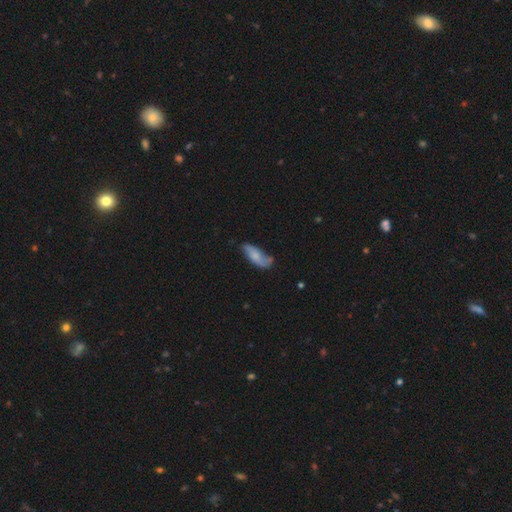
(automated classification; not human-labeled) smooth 61%, featured or disk 32%, star or artifact 7%. Down the decision tree: how rounded — in between (71%); merging — none (53%).